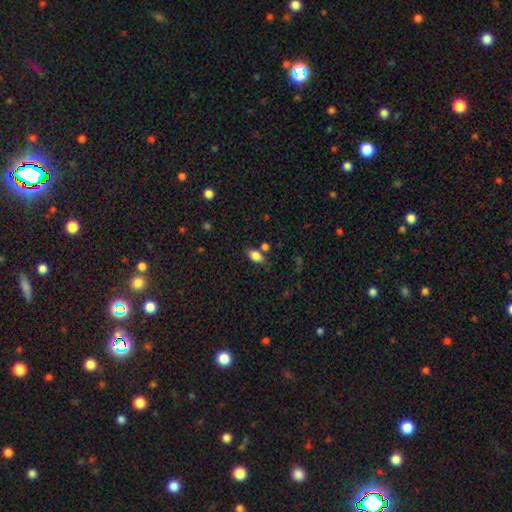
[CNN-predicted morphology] Smooth or featured: smooth — 84% (star or artifact — 9%)
How rounded: in between — 88% (round — 8%)
Merging: none — 69% (minor disturbance — 14%)